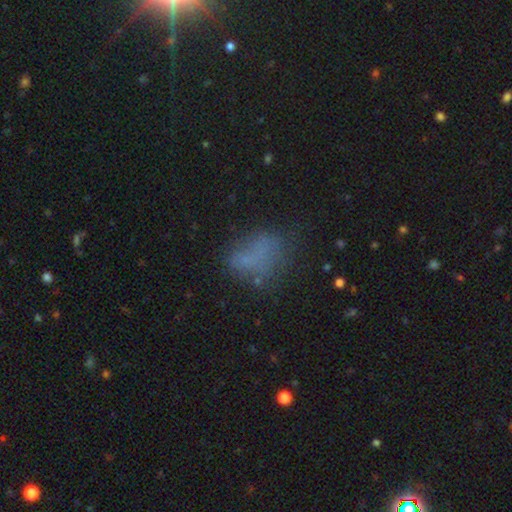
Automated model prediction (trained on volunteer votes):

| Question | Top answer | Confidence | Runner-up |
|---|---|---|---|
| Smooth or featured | smooth | 59% | star or artifact (21%) |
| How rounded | in between | 73% | round (24%) |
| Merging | none | 50% | minor disturbance (23%) |